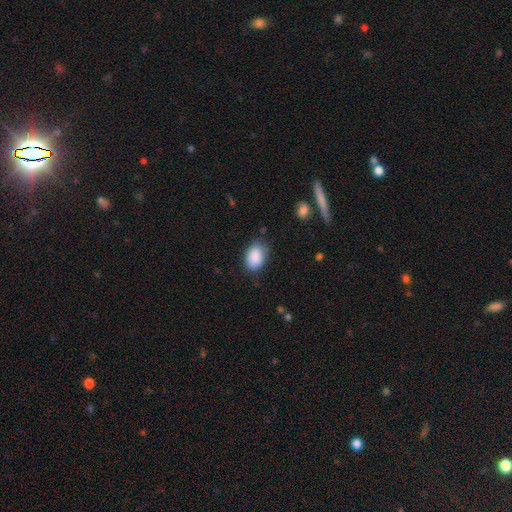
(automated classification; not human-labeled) Morphology: type=smooth (89%); roundness=in between (86%); merging=none (76%).